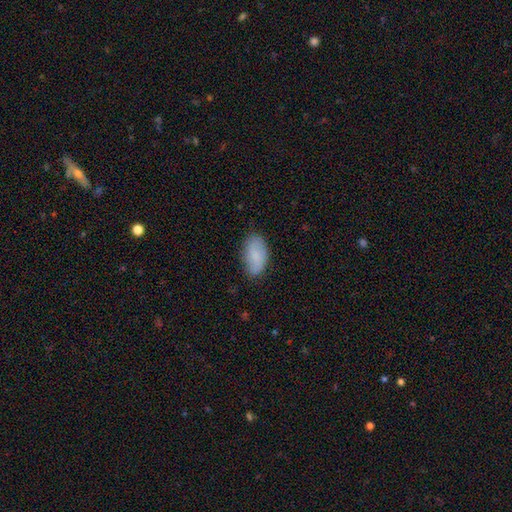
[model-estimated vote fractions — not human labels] Overall: smooth (79%). How rounded: in between (94%). Merging: none (78%).